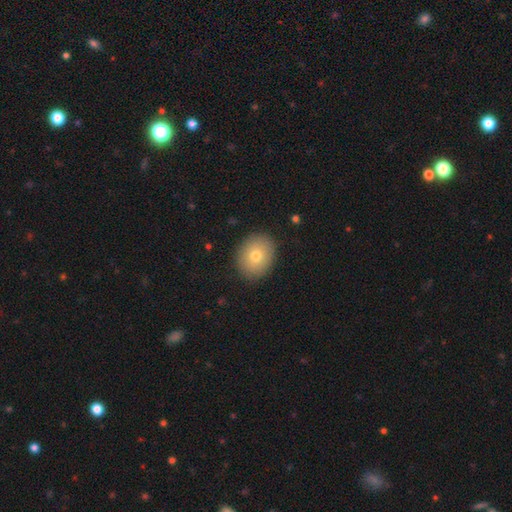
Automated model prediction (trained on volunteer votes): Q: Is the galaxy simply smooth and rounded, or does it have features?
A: smooth — 77%.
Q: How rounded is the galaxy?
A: round — 53%.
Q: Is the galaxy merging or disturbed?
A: none — 88%.